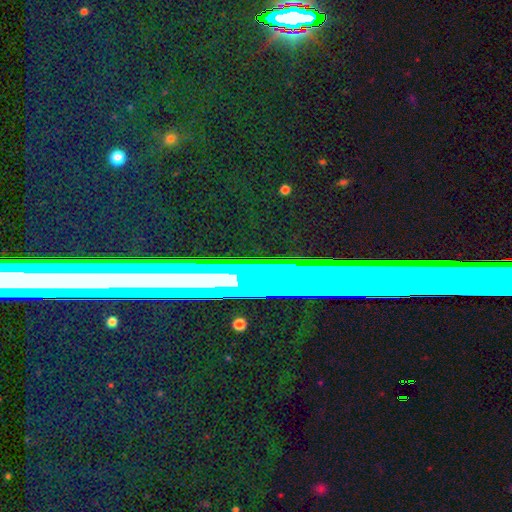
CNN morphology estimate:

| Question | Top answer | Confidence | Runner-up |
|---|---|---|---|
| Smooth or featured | star or artifact | 68% | featured or disk (18%) |